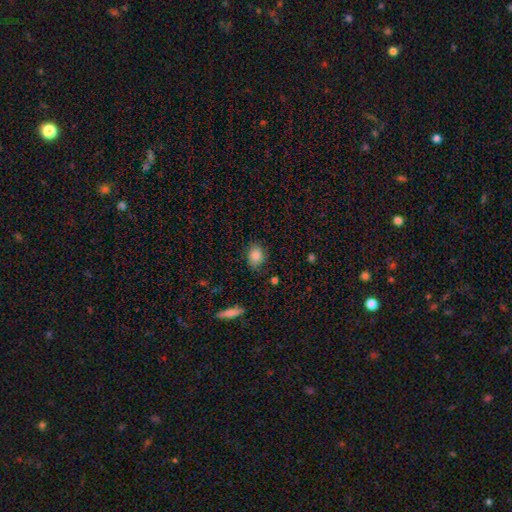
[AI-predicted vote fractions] smooth 85%, star or artifact 9%, featured or disk 6%. Down the decision tree: how rounded — in between (60%); merging — none (78%).